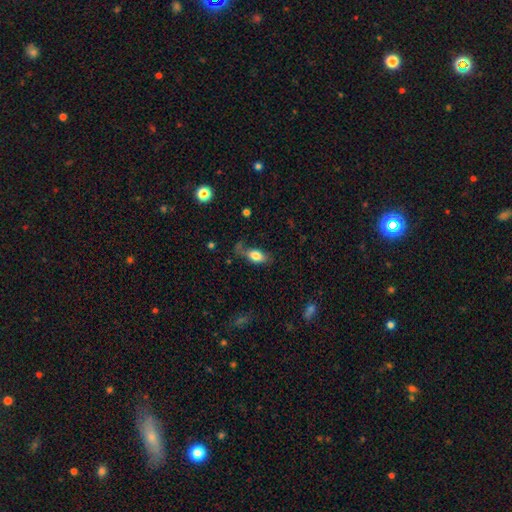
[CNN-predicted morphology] A smooth galaxy with no disk features (79%) that is in between round and cigar-shaped (86%). Merging: none (56%).